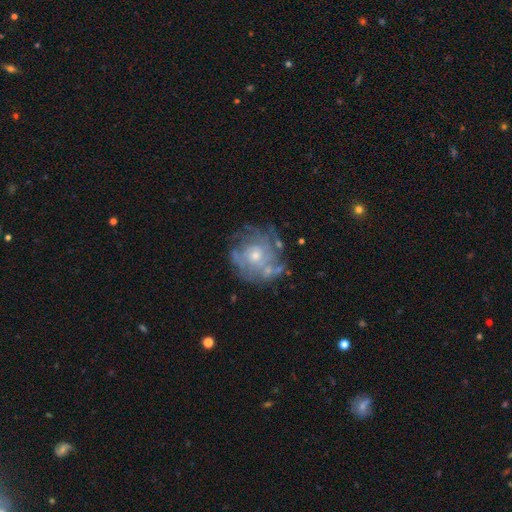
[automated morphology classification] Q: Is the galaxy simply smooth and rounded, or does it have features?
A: featured or disk — 73%.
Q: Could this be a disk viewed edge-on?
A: no — 97%.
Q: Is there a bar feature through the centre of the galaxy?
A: no — 84%.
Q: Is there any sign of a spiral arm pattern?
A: yes — 69%.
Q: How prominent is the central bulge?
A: small — 52%.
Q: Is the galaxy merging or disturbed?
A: none — 66%.